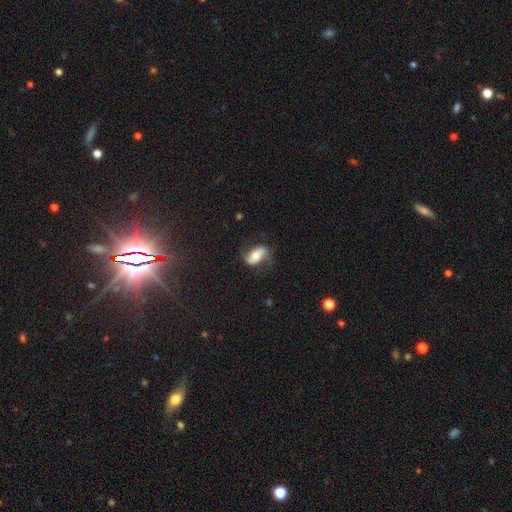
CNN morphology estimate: smooth-or-featured: featured or disk: 58% | smooth: 34% | star or artifact: 8%
  disk-edge-on: no: 92% | yes: 8%
    bar: no: 47% | weak: 27% | strong: 26%
    has-spiral-arms: yes: 83% | no: 17%
    bulge-size: moderate: 63% | large: 17% | small: 15% | dominant: 3% | none: 2%
  merging: none: 68% | minor disturbance: 20% | major disturbance: 10% | merger: 2%